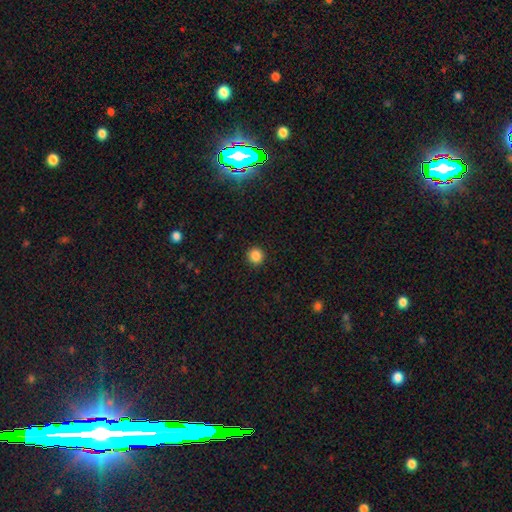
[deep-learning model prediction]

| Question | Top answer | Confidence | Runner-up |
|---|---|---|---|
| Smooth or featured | smooth | 86% | star or artifact (11%) |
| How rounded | round | 95% | in between (5%) |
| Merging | none | 93% | minor disturbance (5%) |